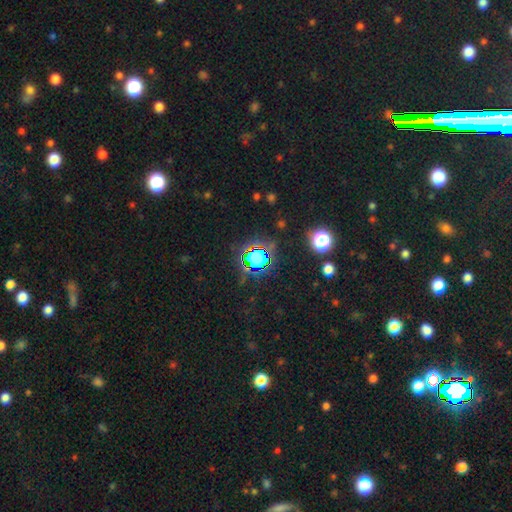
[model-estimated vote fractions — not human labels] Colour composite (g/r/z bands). It shows a star or artifact, not a galaxy (68%).